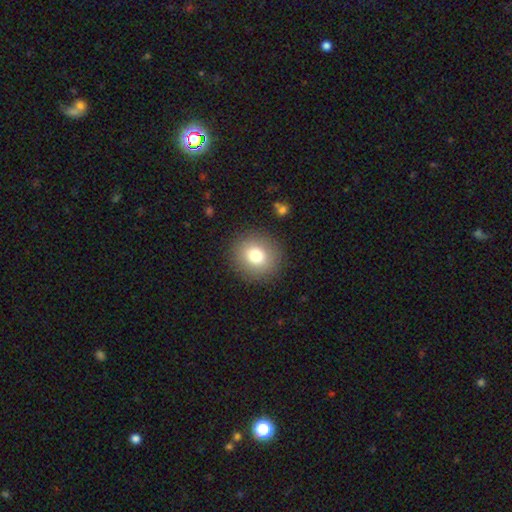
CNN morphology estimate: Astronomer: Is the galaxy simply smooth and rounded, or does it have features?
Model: smooth — 78%.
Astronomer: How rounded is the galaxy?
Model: round — 87%.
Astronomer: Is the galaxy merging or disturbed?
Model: none — 89%.